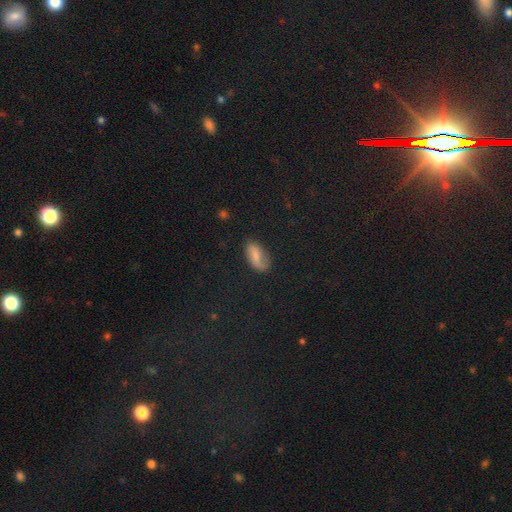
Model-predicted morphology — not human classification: Smooth or featured?
  - smooth: 69% *
  - featured or disk: 21%
  - star or artifact: 11%
How rounded?
  - in between: 91% *
  - cigar-shaped: 6%
  - round: 3%
Merging?
  - none: 66% *
  - minor disturbance: 24%
  - major disturbance: 8%
  - merger: 2%